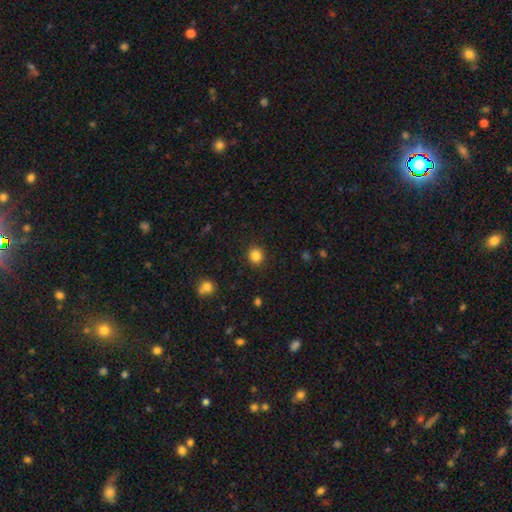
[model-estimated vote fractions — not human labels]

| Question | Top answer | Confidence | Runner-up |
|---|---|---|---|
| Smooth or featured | smooth | 85% | star or artifact (11%) |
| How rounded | round | 85% | in between (14%) |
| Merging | none | 90% | minor disturbance (6%) |